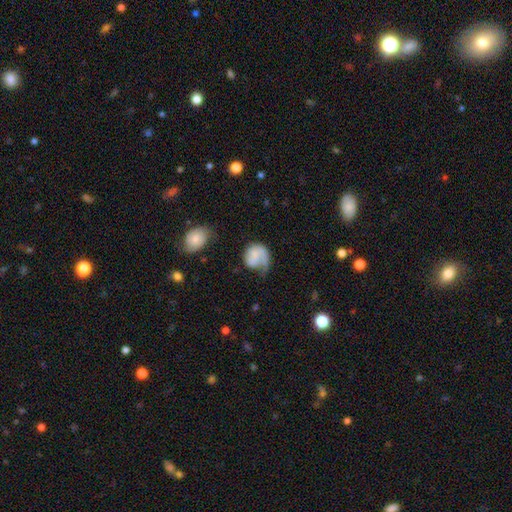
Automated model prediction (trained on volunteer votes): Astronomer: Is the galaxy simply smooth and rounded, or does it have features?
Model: smooth — 47% (runner-up: featured or disk, 46%).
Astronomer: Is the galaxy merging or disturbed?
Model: major disturbance — 37% (runner-up: none, 33%).